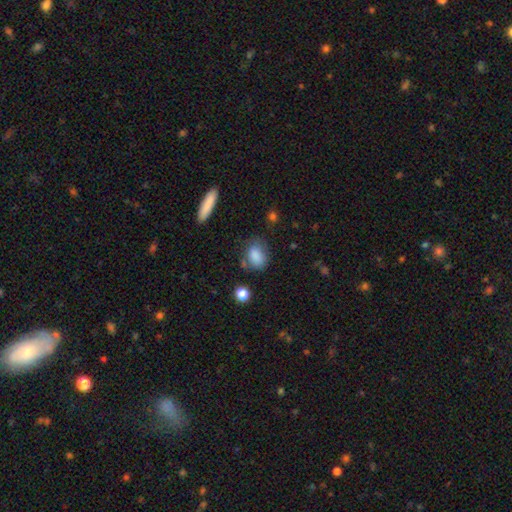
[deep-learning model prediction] A smooth galaxy with no disk features (83%) that is in between round and cigar-shaped (68%).

Vote fractions:
- Smooth or featured? smooth: 83% / star or artifact: 9% / featured or disk: 8%
- How rounded? in between: 68% / round: 30% / cigar-shaped: 2%
- Merging? none: 60% / minor disturbance: 24% / major disturbance: 10% / merger: 7%